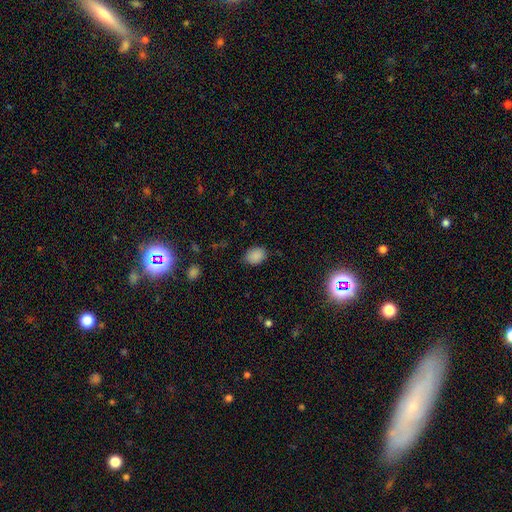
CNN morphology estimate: smooth-or-featured: smooth: 87% | star or artifact: 9% | featured or disk: 4%
  how-rounded: in between: 69% | round: 30% | cigar-shaped: 1%
  merging: none: 83% | minor disturbance: 13% | major disturbance: 3% | merger: 1%